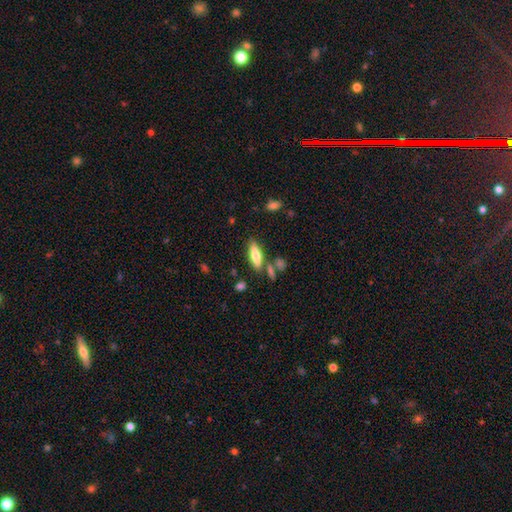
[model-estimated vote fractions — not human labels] The model was most divided on "how rounded": cigar-shaped: 53%, in between: 45%, round: 2%. More confident: merging — none (72%); smooth or featured — smooth (68%).